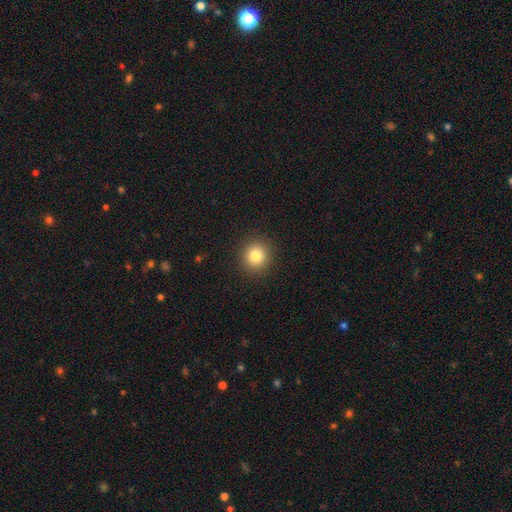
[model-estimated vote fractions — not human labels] Smooth or featured: smooth — 82% (star or artifact — 12%)
How rounded: round — 92% (in between — 7%)
Merging: none — 92% (minor disturbance — 5%)